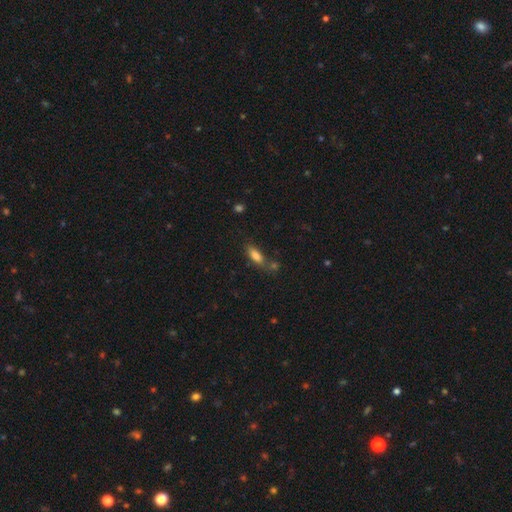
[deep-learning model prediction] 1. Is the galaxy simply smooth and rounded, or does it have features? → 81% smooth, 10% featured or disk, 9% star or artifact.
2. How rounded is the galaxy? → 70% in between, 27% cigar-shaped, 3% round.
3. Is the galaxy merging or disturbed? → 57% none, 19% minor disturbance, 17% merger, 7% major disturbance.